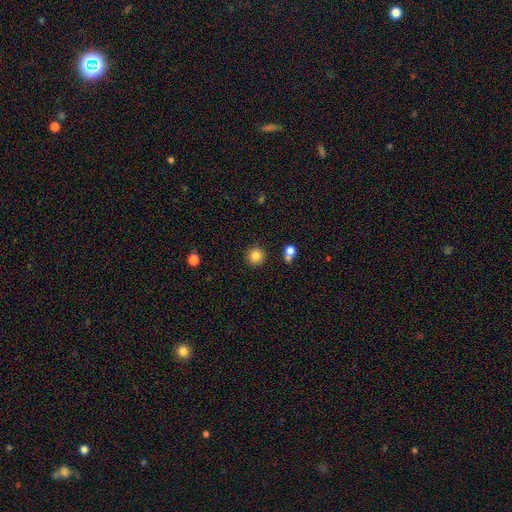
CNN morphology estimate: Smooth or featured? Predicted: smooth (p=0.84). How rounded? Predicted: round (p=0.93). Merging? Predicted: none (p=0.87).